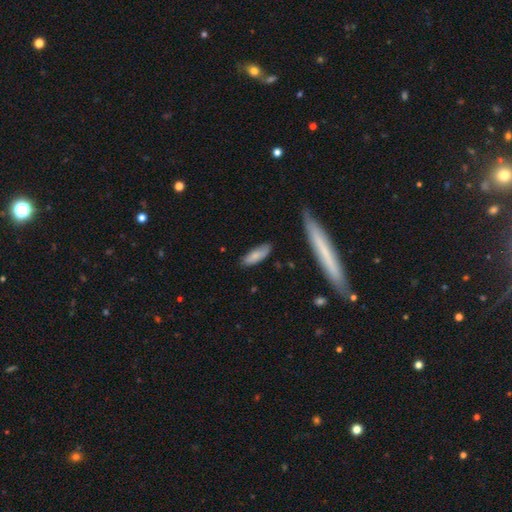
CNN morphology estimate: smooth_or_featured: smooth (p=0.79) [alt: featured or disk p=0.15]
how_rounded: in between (p=0.58) [alt: cigar-shaped p=0.40]
merging: none (p=0.76) [alt: minor disturbance p=0.18]